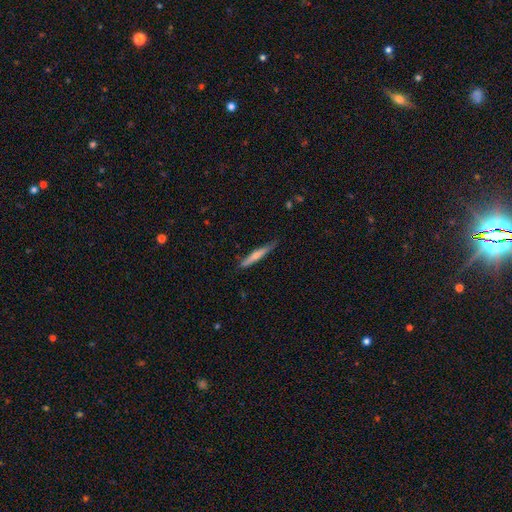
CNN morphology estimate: The model was most divided on "smooth or featured": smooth: 58%, featured or disk: 36%, star or artifact: 6%. More confident: how rounded — cigar-shaped (94%); merging — none (79%).